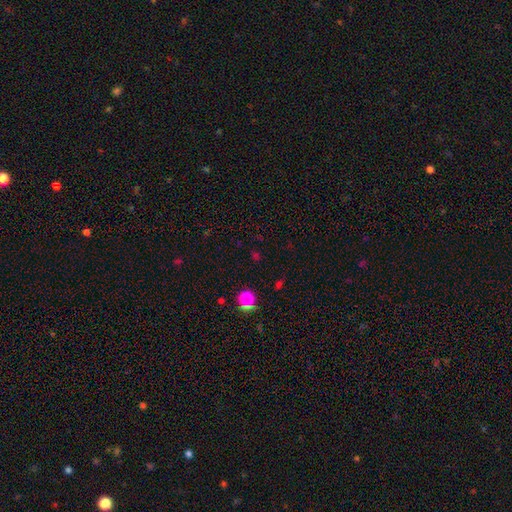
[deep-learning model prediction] Smooth or featured? Predicted: star or artifact (p=0.51).